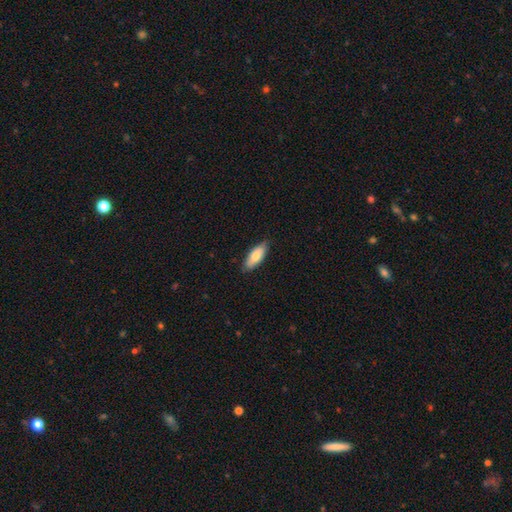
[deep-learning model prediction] Q: Smooth or featured?
A: smooth (79%); runner-up: featured or disk (16%)
Q: How rounded?
A: in between (73%); runner-up: cigar-shaped (25%)
Q: Merging?
A: none (85%); runner-up: minor disturbance (12%)